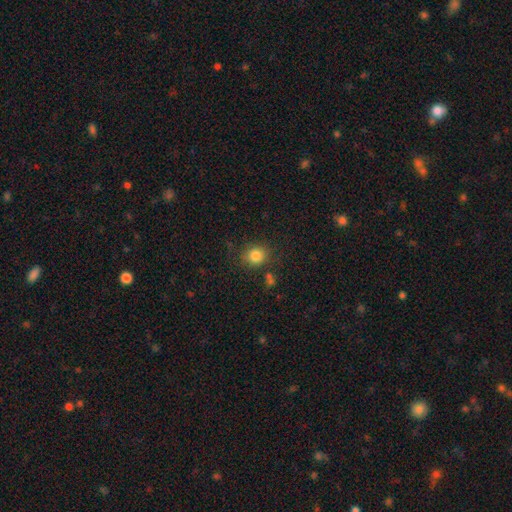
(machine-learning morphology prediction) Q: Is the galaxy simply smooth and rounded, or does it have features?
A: smooth — 83%.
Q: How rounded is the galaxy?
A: round — 78%.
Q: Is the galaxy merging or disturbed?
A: none — 79%.